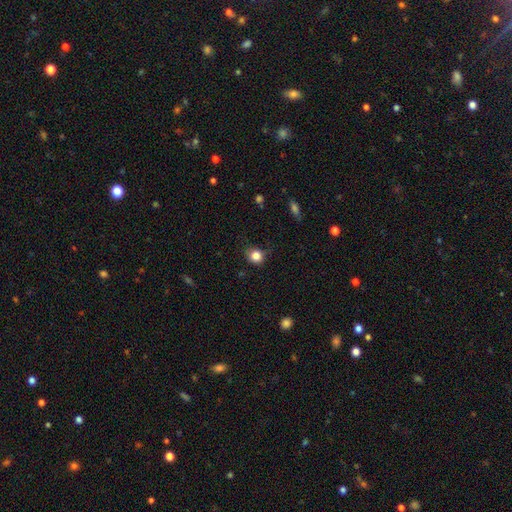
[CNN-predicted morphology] Smooth or featured? Predicted: smooth (p=0.83). How rounded? Predicted: round (p=0.80). Merging? Predicted: none (p=0.72).